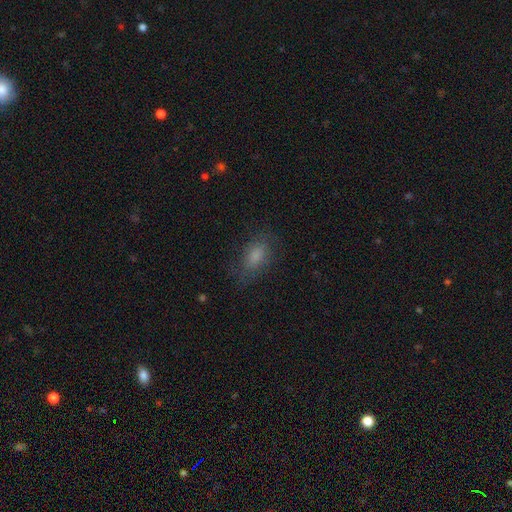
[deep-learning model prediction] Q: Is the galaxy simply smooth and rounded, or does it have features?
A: smooth — 77%.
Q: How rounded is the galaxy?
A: in between — 84%.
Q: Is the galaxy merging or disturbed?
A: none — 73%.